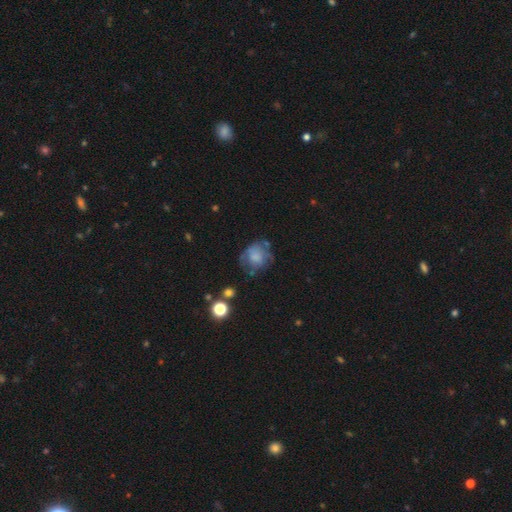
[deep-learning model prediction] smooth_or_featured: smooth (p=0.54) [alt: featured or disk p=0.35]
how_rounded: round (p=0.69) [alt: in between p=0.30]
merging: none (p=0.45) [alt: minor disturbance p=0.27]